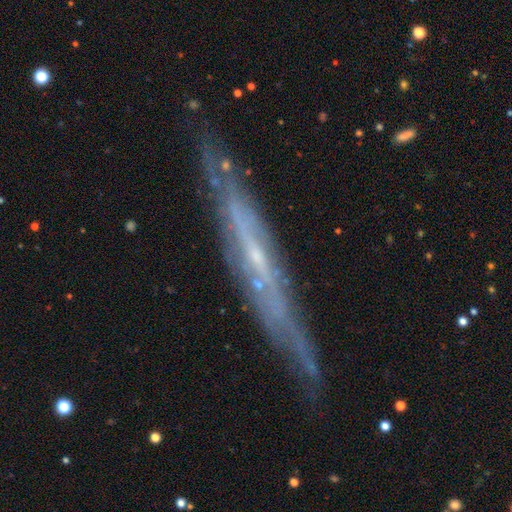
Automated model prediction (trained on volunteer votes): Smooth or featured? Predicted: featured or disk (p=0.75). Edge-on disk? Predicted: yes (p=0.79). Edge-on bulge? Predicted: none (p=0.70). Merging? Predicted: none (p=0.80).